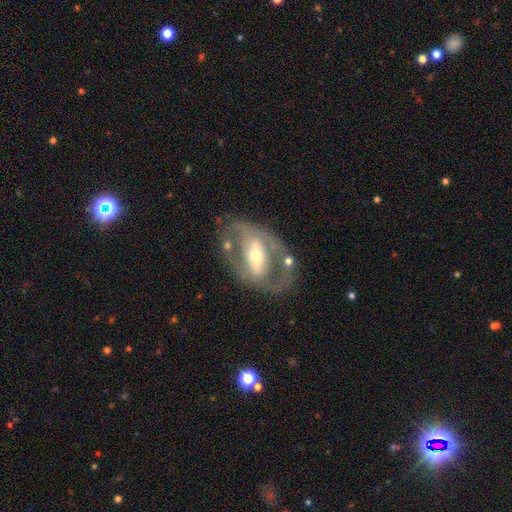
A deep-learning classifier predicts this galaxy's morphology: Overall: featured or disk (77%). Edge-on disk: no (90%). Bar: strong (58%; weak 23%). Spiral arms: no (55%; yes 45%). Bulge size: moderate (58%; small 33%). Merging: none (59%).